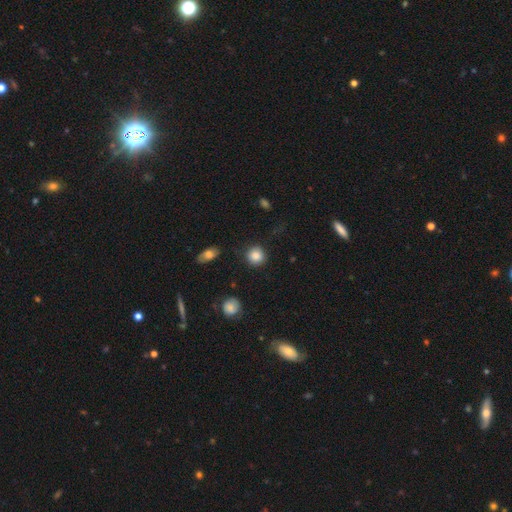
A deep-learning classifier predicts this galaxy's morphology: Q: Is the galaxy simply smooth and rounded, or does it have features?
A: smooth — 86%.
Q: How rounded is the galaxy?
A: round — 91%.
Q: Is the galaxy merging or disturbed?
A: none — 87%.